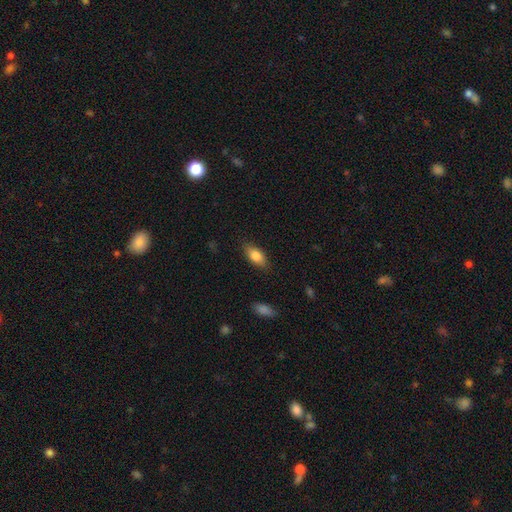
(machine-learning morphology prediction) Smooth or featured: smooth — 79% (featured or disk — 14%)
How rounded: in between — 84% (cigar-shaped — 12%)
Merging: none — 84% (minor disturbance — 12%)